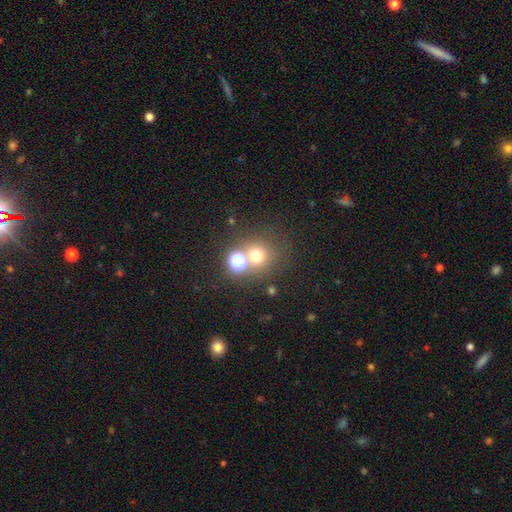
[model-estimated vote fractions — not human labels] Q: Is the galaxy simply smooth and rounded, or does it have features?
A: smooth — 66%.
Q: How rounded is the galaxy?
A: round — 90%.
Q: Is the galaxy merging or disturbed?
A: none — 63%.